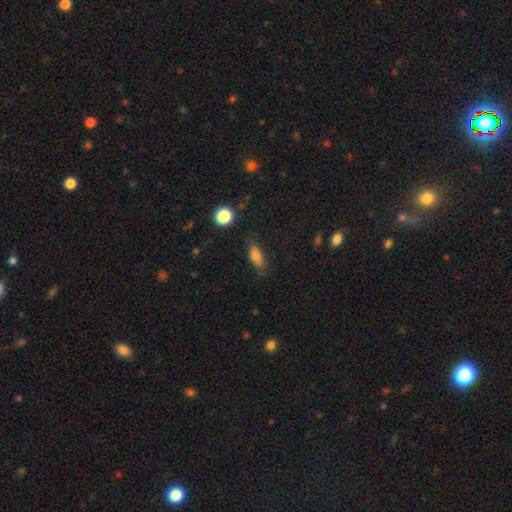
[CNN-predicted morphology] A smooth galaxy with no disk features (77%) that is in between round and cigar-shaped (74%). Merging: none (73%).